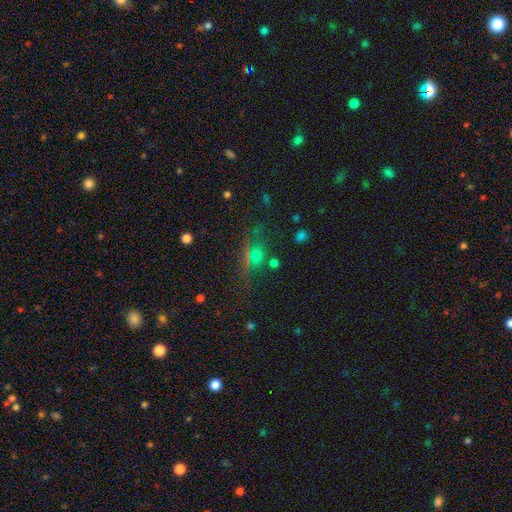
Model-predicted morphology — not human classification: smooth 47%, star or artifact 39%, featured or disk 14%. Down the decision tree: merging — none (67%).